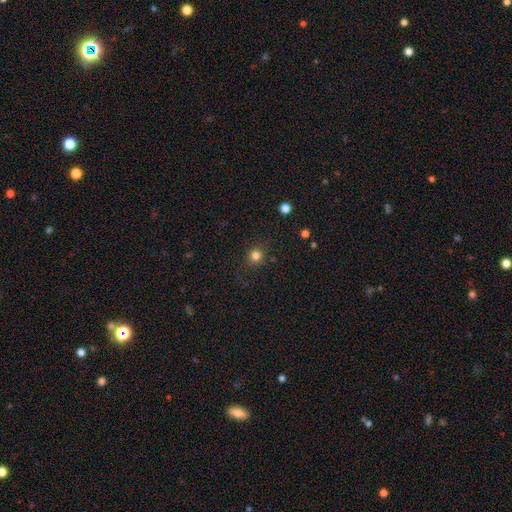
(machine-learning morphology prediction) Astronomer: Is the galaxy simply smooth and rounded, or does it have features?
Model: smooth — 81%.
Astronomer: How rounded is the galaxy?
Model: round — 87%.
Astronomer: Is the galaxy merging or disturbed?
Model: none — 84%.